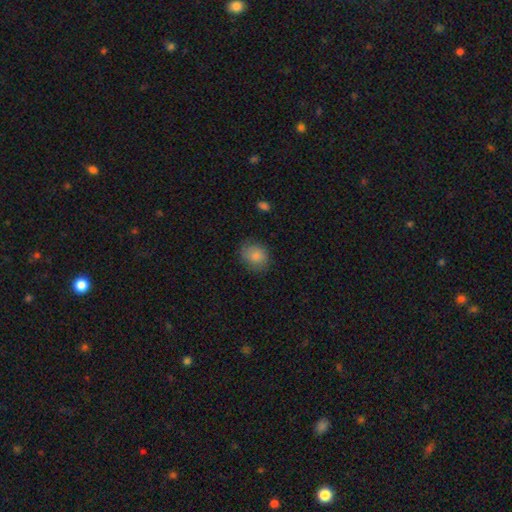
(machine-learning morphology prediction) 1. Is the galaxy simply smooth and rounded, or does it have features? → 83% smooth, 9% featured or disk, 8% star or artifact.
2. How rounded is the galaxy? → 56% round, 43% in between, 1% cigar-shaped.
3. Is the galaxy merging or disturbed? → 77% none, 17% minor disturbance, 5% major disturbance, 1% merger.